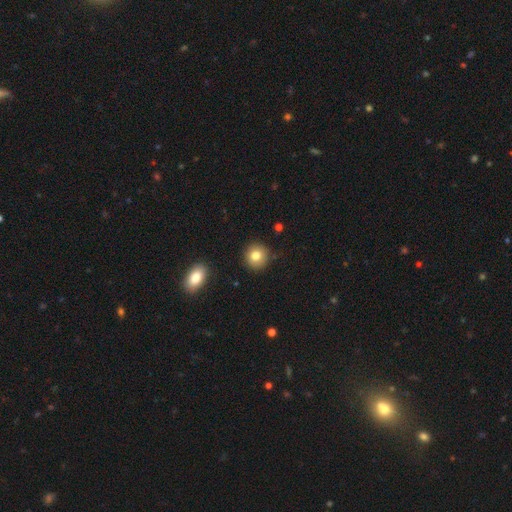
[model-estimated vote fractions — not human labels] Morphology: type=smooth (81%); roundness=round (91%); merging=none (89%).